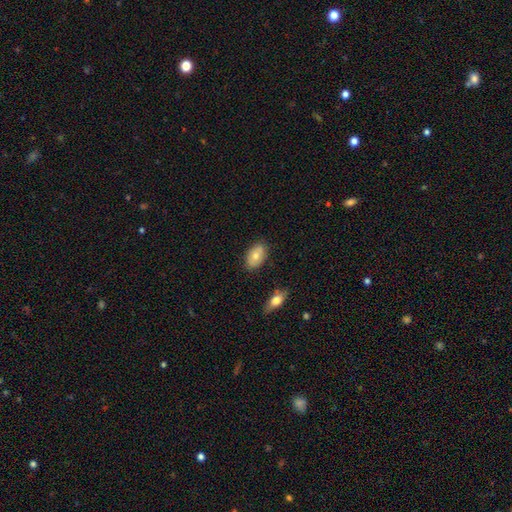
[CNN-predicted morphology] A smooth galaxy with no disk features (72%) that is in between round and cigar-shaped (91%).

Vote fractions:
- Smooth or featured? smooth: 72% / featured or disk: 21% / star or artifact: 7%
- How rounded? in between: 91% / round: 7% / cigar-shaped: 2%
- Merging? none: 81% / minor disturbance: 13% / merger: 3% / major disturbance: 3%